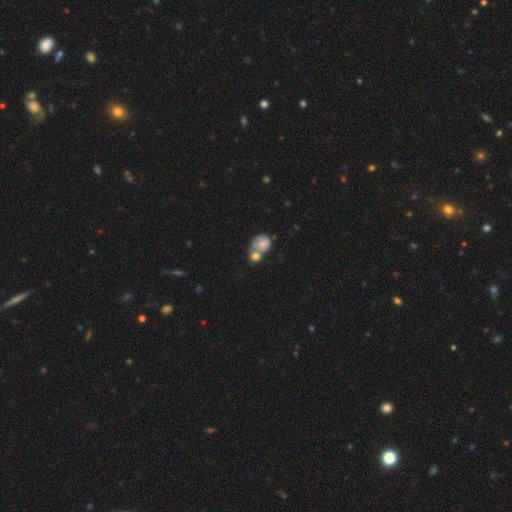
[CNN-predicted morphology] A smooth galaxy with no disk features (58%) that is round (69%).

Vote fractions:
- Smooth or featured? smooth: 58% / star or artifact: 22% / featured or disk: 20%
- How rounded? round: 69% / in between: 28% / cigar-shaped: 2%
- Merging? merger: 43% / none: 40% / minor disturbance: 10% / major disturbance: 7%